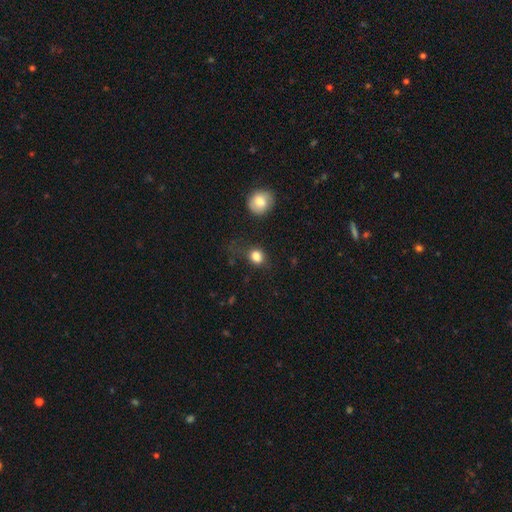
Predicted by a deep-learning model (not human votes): Q: Smooth or featured?
A: smooth (83%); runner-up: star or artifact (11%)
Q: How rounded?
A: round (65%); runner-up: in between (33%)
Q: Merging?
A: none (67%); runner-up: minor disturbance (19%)